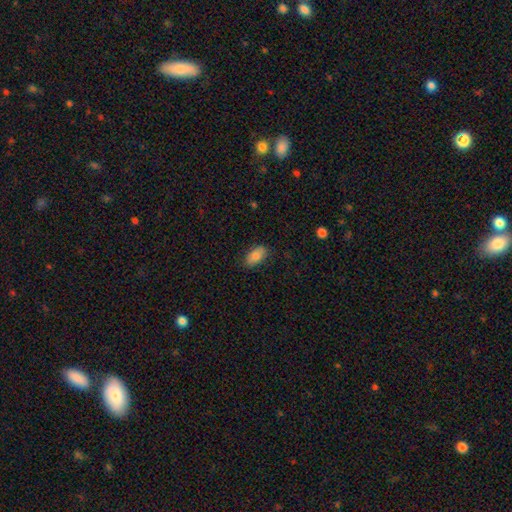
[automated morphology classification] Smooth or featured? smooth (83%)
How rounded? in between (92%)
Merging? none (82%)